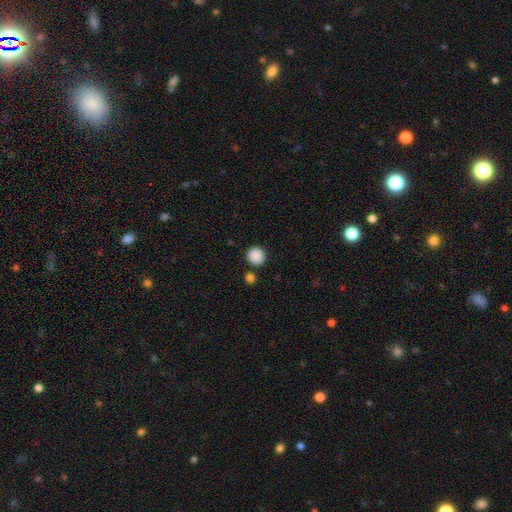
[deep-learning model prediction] Morphology: type=smooth (88%); roundness=round (93%); merging=none (85%).